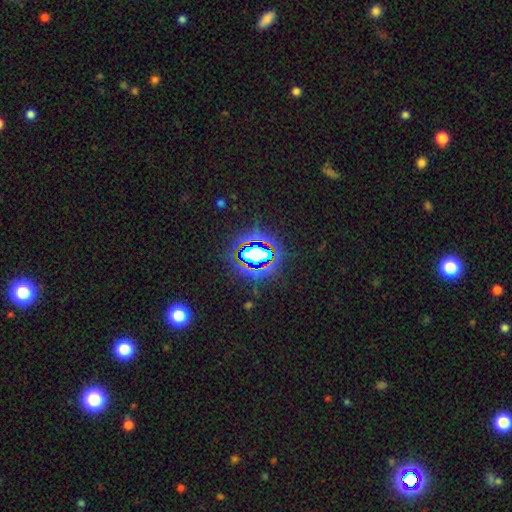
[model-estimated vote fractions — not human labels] This appears to be a star or artifact, not a galaxy (69%).